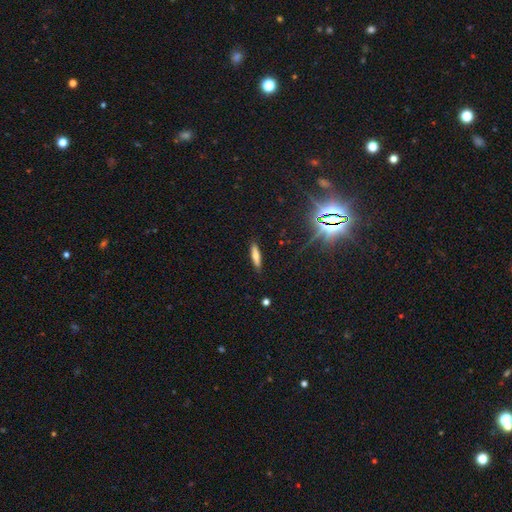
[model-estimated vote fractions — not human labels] This appears to be a smooth galaxy with no disk features (63%) that is cigar-shaped (77%). Merging: none (88%).